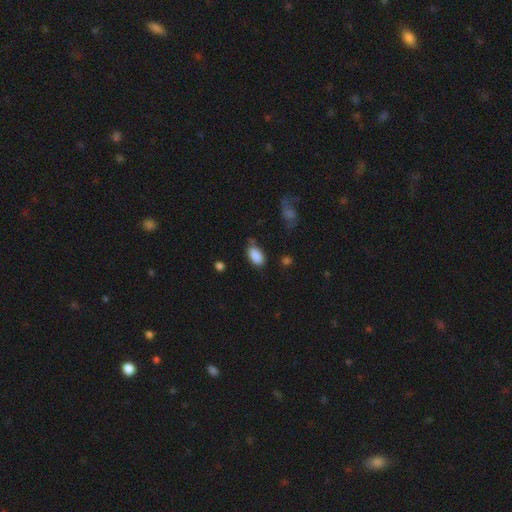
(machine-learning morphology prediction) smooth 88%, star or artifact 7%, featured or disk 5%. Down the decision tree: how rounded — in between (93%); merging — none (68%).